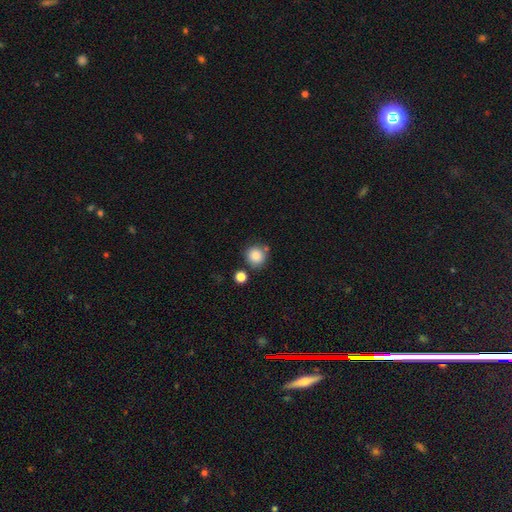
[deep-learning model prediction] Smooth or featured: smooth — 85% (star or artifact — 9%)
How rounded: round — 90% (in between — 9%)
Merging: none — 73% (minor disturbance — 12%)